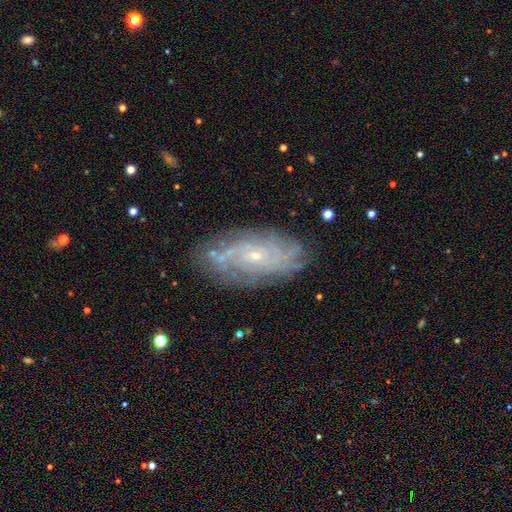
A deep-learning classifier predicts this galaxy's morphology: Q: Smooth or featured?
A: featured or disk (79%); runner-up: smooth (12%)
Q: Edge-on disk?
A: no (93%); runner-up: yes (7%)
Q: Bar?
A: no (77%); runner-up: weak (19%)
Q: Spiral arms?
A: yes (92%); runner-up: no (8%)
Q: Spiral winding?
A: tight (66%); runner-up: medium (26%)
Q: Spiral arm count?
A: can't tell (43%); runner-up: 4 (16%)
Q: Bulge size?
A: small (81%); runner-up: moderate (15%)
Q: Merging?
A: none (79%); runner-up: minor disturbance (15%)